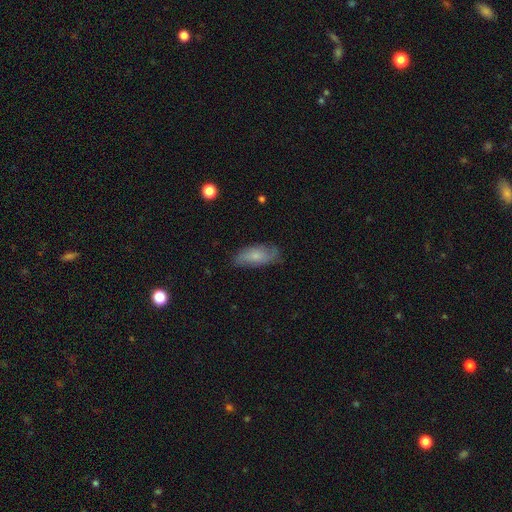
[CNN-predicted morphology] type=smooth (62%); roundness=in between (80%); merging=none (75%).